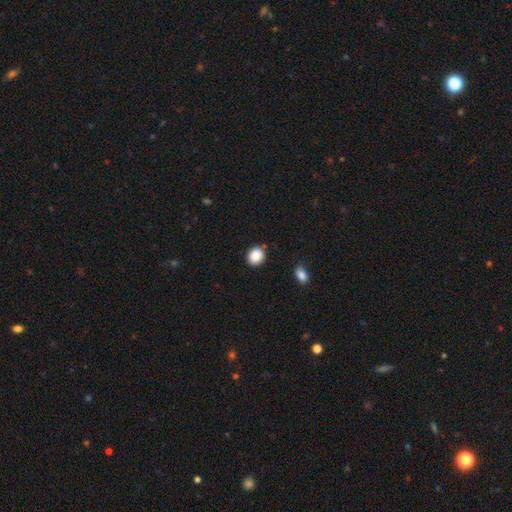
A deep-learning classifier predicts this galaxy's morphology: Smooth or featured? smooth (88%)
How rounded? round (72%)
Merging? none (85%)